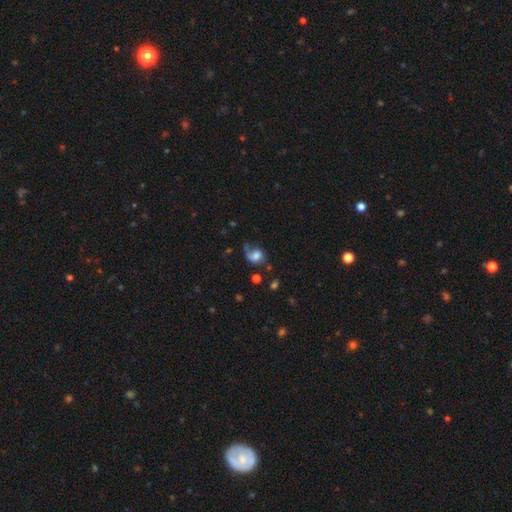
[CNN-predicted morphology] The model was most divided on "merging": major disturbance: 35%, none: 33%, minor disturbance: 23%, merger: 8%. Remaining: smooth or featured — smooth (46%).